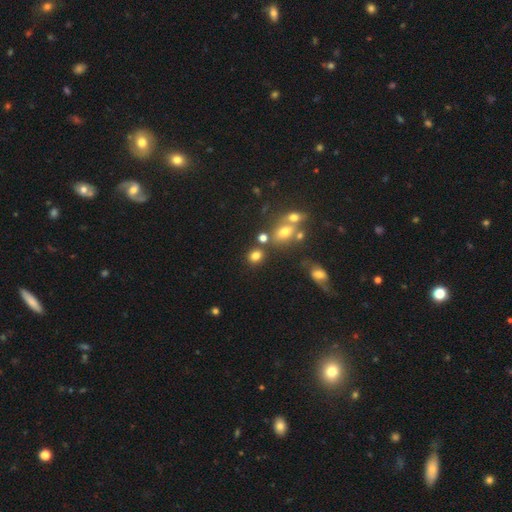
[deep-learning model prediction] Smooth or featured: smooth — 77% (star or artifact — 15%)
How rounded: round — 64% (in between — 34%)
Merging: none — 70% (merger — 15%)